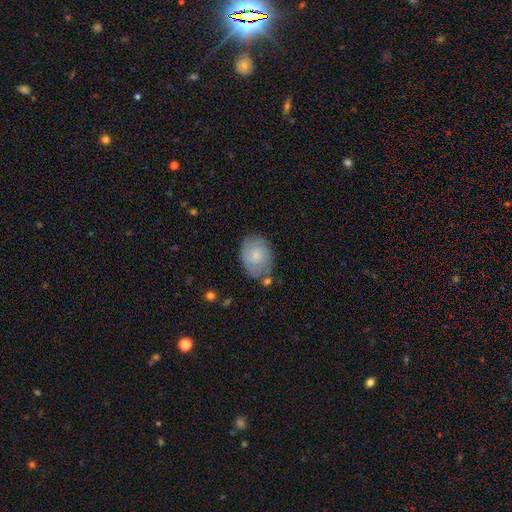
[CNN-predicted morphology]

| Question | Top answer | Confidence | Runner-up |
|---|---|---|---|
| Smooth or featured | smooth | 70% | featured or disk (24%) |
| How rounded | in between | 67% | round (31%) |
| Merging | none | 62% | minor disturbance (25%) |